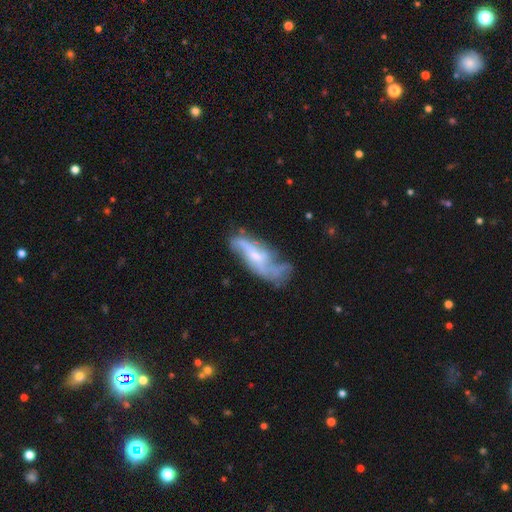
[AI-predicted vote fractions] The model was most divided on "merging": none: 38%, major disturbance: 28%, minor disturbance: 26%, merger: 8%. More confident: edge-on disk — no (84%); spiral arms — yes (73%); smooth or featured — featured or disk (70%); bulge size — small (57%); bar — no (52%).